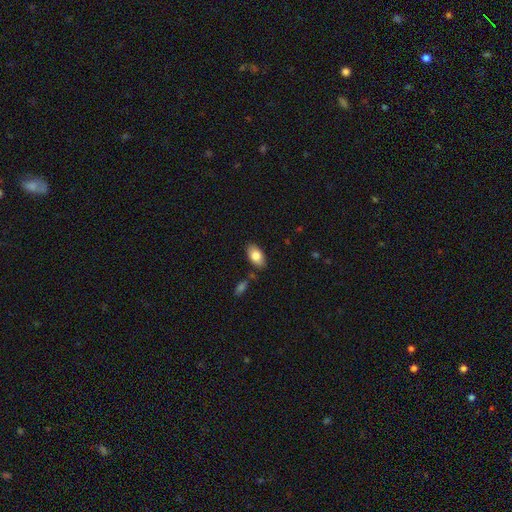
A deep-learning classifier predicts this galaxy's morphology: Smooth or featured?
  - smooth: 84% *
  - featured or disk: 10%
  - star or artifact: 7%
How rounded?
  - in between: 93% *
  - round: 5%
  - cigar-shaped: 2%
Merging?
  - none: 82% *
  - minor disturbance: 12%
  - merger: 3%
  - major disturbance: 2%